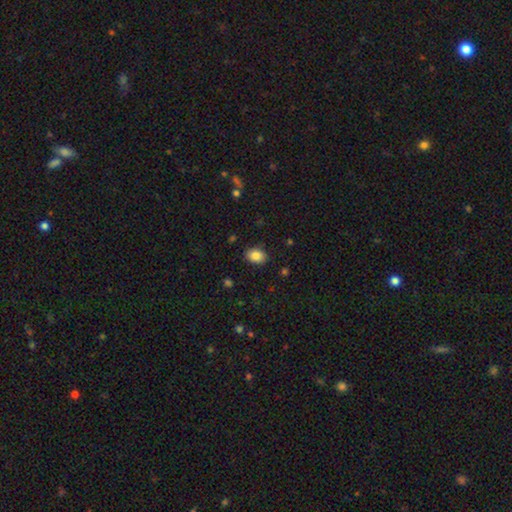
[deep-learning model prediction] This appears to be a smooth galaxy with no disk features (85%) that is in between round and cigar-shaped (72%). Merging: none (87%).